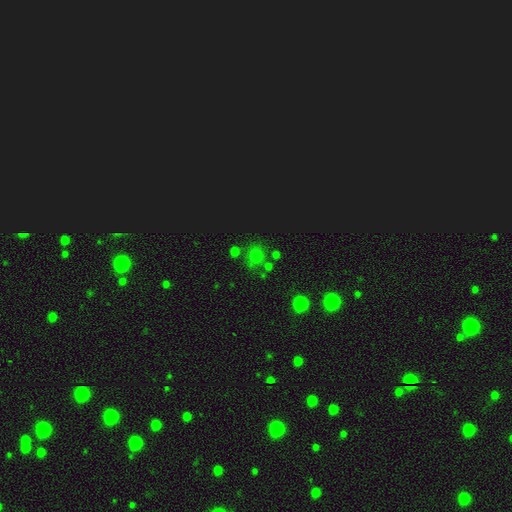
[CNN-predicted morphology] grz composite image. It shows a smooth galaxy with no disk features (59%) that is round (81%). Merging: none (69%).